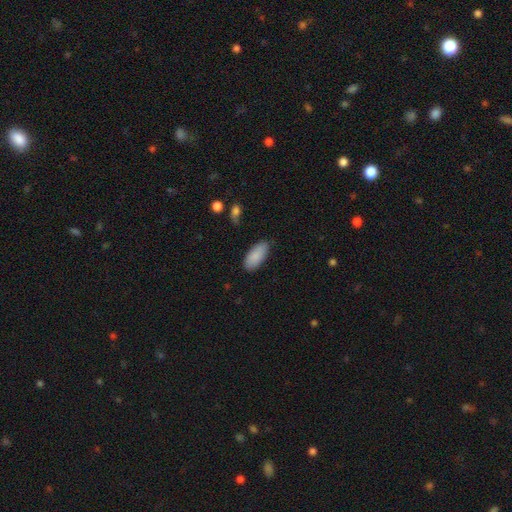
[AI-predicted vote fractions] smooth-or-featured: smooth: 87% | featured or disk: 7% | star or artifact: 6%
  how-rounded: in between: 89% | cigar-shaped: 9% | round: 2%
  merging: none: 82% | minor disturbance: 14% | major disturbance: 3% | merger: 1%